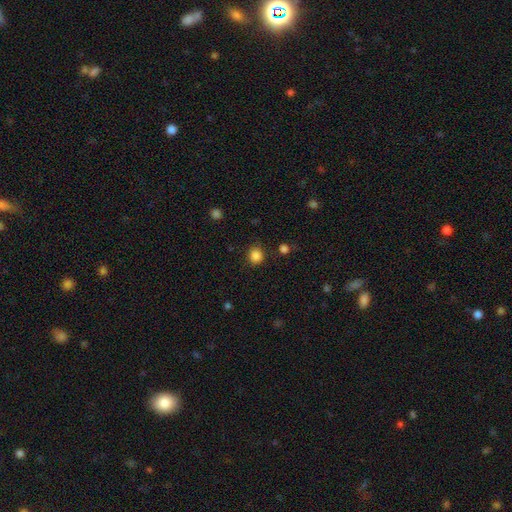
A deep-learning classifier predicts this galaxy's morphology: A smooth galaxy with no disk features (85%) that is round (83%). Merging: none (85%).